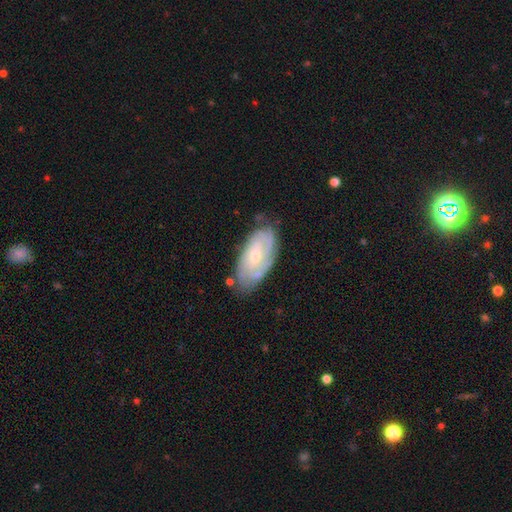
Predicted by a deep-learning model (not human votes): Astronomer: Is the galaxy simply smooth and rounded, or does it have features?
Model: featured or disk — 70%.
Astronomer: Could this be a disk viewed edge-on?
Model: no — 92%.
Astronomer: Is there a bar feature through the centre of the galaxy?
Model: no — 72%.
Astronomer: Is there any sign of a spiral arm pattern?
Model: yes — 85%.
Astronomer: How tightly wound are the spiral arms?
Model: tight — 69%.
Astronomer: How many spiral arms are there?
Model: can't tell — 52%.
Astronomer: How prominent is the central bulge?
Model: small — 61%.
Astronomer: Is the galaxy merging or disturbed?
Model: none — 69%.